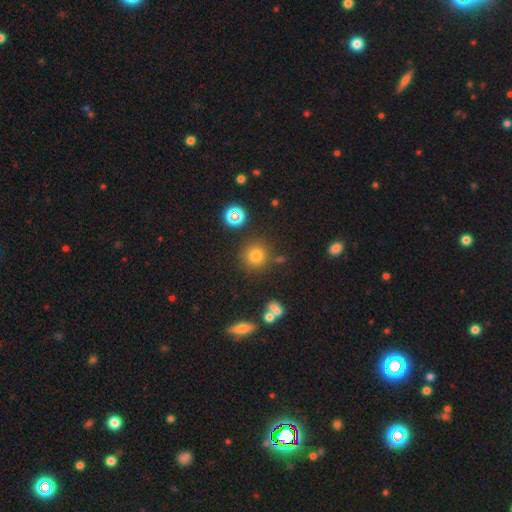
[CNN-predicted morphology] This appears to be a smooth galaxy with no disk features (74%) that is round (93%). Merging: none (82%).